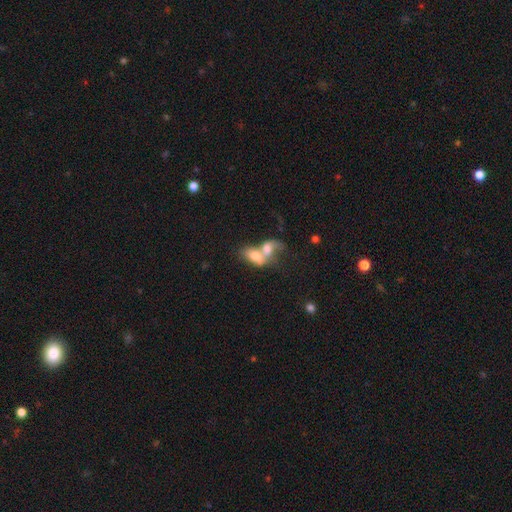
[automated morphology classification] The model was most divided on "smooth or featured": smooth: 63%, featured or disk: 29%, star or artifact: 9%. More confident: how rounded — in between (83%); merging — merger (81%).